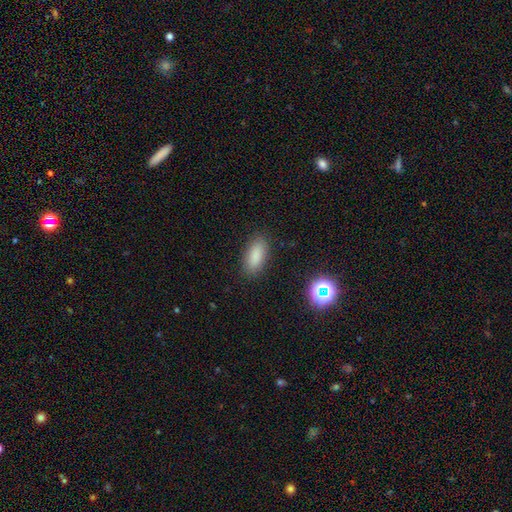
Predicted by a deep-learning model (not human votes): smooth 86%, star or artifact 9%, featured or disk 5%. Down the decision tree: how rounded — in between (85%); merging — none (87%).